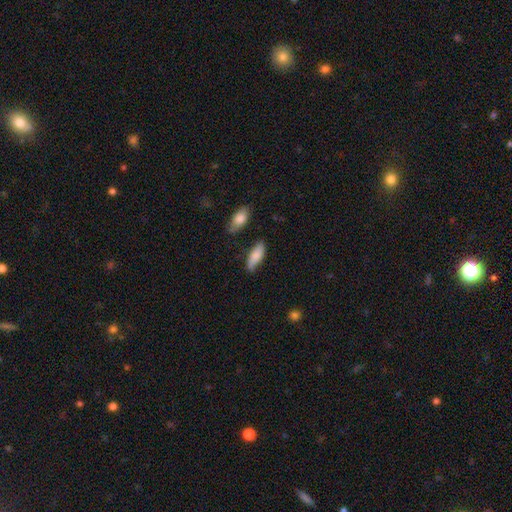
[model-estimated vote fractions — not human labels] Morphology: type=smooth (79%); roundness=in between (73%); merging=none (67%).